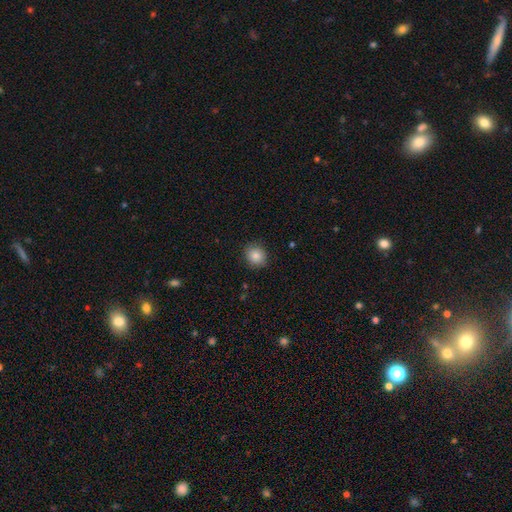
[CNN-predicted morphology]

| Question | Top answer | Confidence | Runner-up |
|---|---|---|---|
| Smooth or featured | smooth | 85% | star or artifact (9%) |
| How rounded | round | 80% | in between (19%) |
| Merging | none | 88% | minor disturbance (9%) |